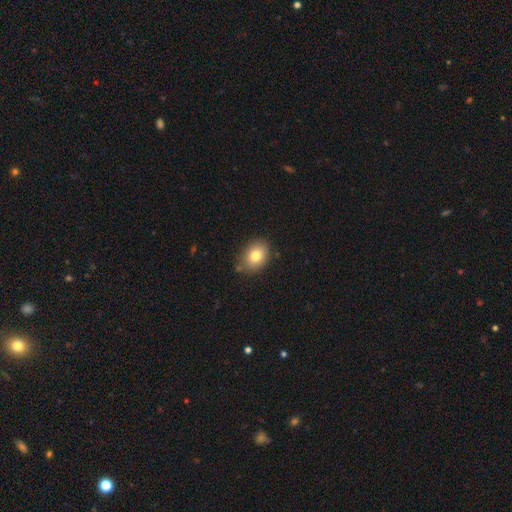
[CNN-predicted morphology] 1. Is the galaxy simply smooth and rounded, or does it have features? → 79% smooth, 11% featured or disk, 10% star or artifact.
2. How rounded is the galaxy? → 64% in between, 35% round, 1% cigar-shaped.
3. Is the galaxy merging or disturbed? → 79% none, 15% minor disturbance, 3% major disturbance, 3% merger.